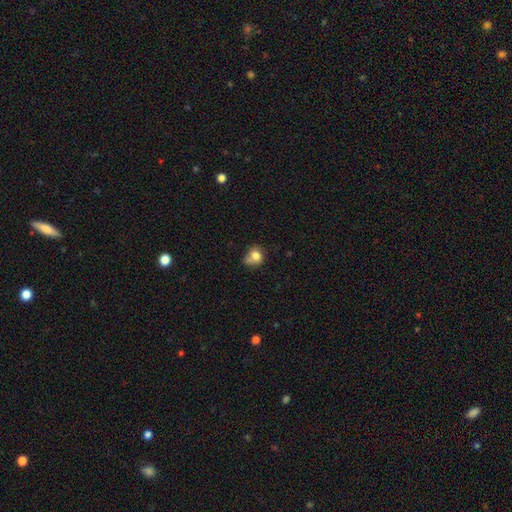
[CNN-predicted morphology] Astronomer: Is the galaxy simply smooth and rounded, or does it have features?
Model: smooth — 77%.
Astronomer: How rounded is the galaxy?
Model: round — 67%.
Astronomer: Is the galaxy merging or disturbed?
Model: none — 42% (runner-up: minor disturbance, 28%).